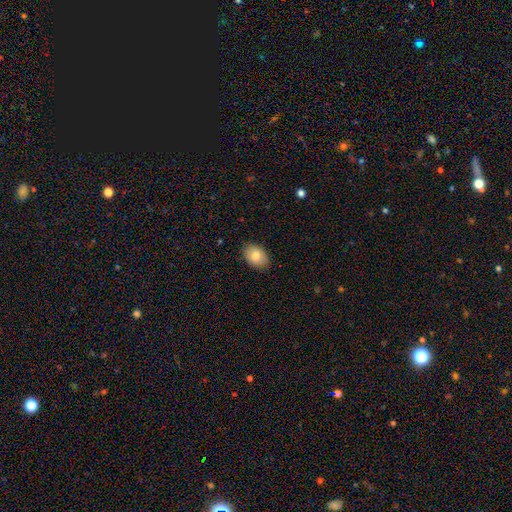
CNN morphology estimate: Smooth or featured: smooth — 83% (featured or disk — 10%)
How rounded: in between — 81% (round — 18%)
Merging: none — 87% (minor disturbance — 10%)